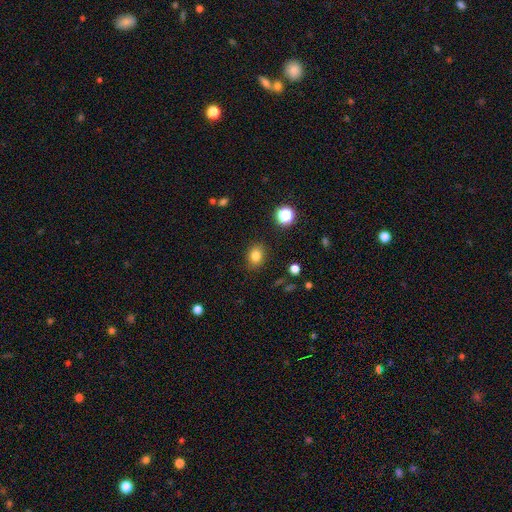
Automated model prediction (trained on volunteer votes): smooth-or-featured: smooth: 81% | star or artifact: 13% | featured or disk: 6%
  how-rounded: in between: 51% | round: 48% | cigar-shaped: 1%
  merging: none: 86% | minor disturbance: 9% | major disturbance: 3% | merger: 2%